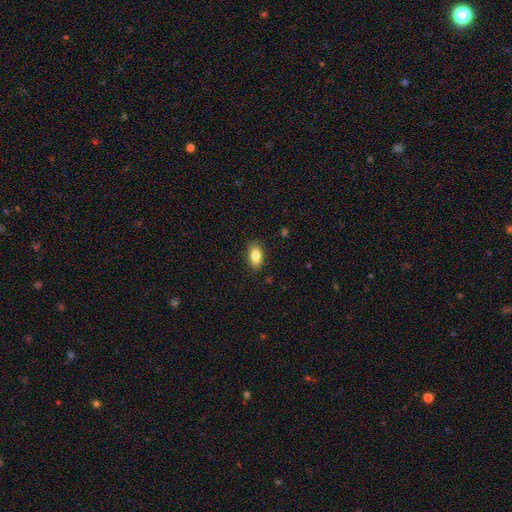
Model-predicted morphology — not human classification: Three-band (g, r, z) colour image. It shows a smooth galaxy with no disk features (84%) that is in between round and cigar-shaped (89%). Merging: none (86%).